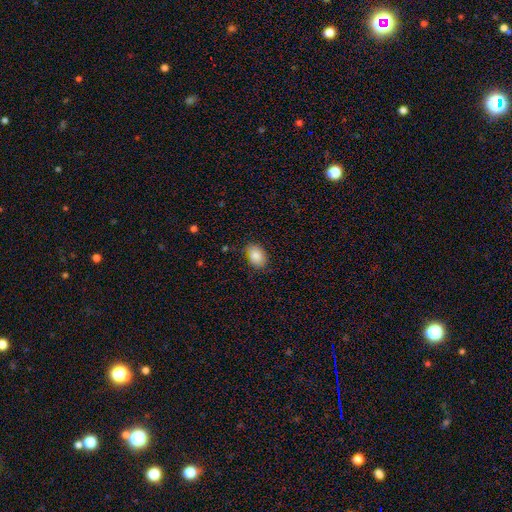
A smooth galaxy with no disk features (97%) that is in between round and cigar-shaped (68%).

Vote fractions:
- Smooth or featured? smooth: 97% / featured or disk: 3% / star or artifact: 0%
- How rounded? in between: 68% / round: 32% / cigar-shaped: 0%
- Merging? none: 76% / minor disturbance: 13% / major disturbance: 5% / merger: 5%